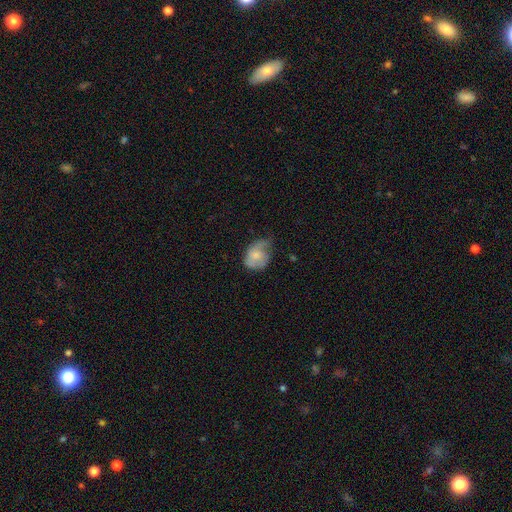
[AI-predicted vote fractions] smooth 63%, featured or disk 30%, star or artifact 7%. Down the decision tree: how rounded — in between (60%); merging — minor disturbance (43%).